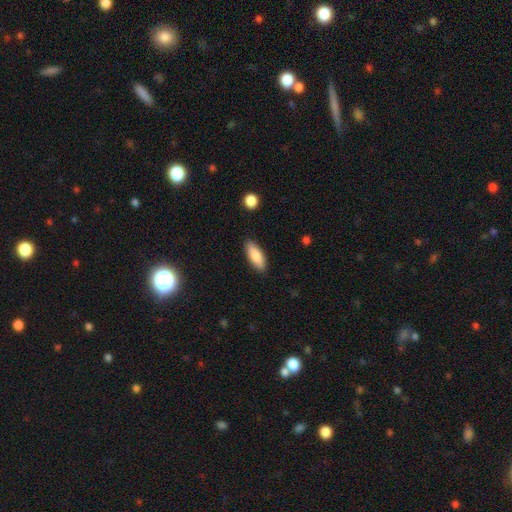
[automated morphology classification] smooth 85%, featured or disk 9%, star or artifact 6%. Down the decision tree: how rounded — in between (71%); merging — none (87%).